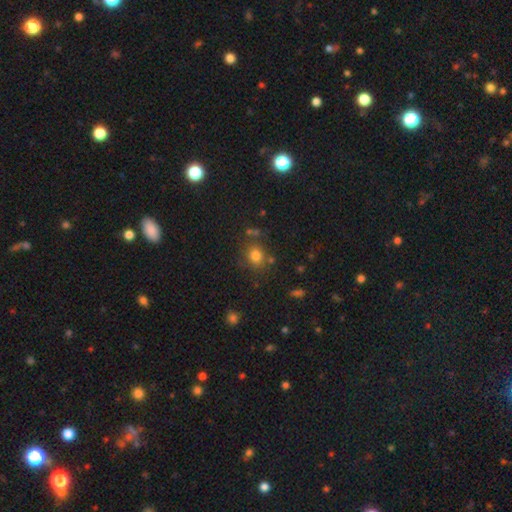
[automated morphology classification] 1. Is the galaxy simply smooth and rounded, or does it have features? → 78% smooth, 15% star or artifact, 7% featured or disk.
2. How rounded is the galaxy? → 79% round, 20% in between, 1% cigar-shaped.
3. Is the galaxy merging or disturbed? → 75% none, 12% minor disturbance, 9% merger, 5% major disturbance.